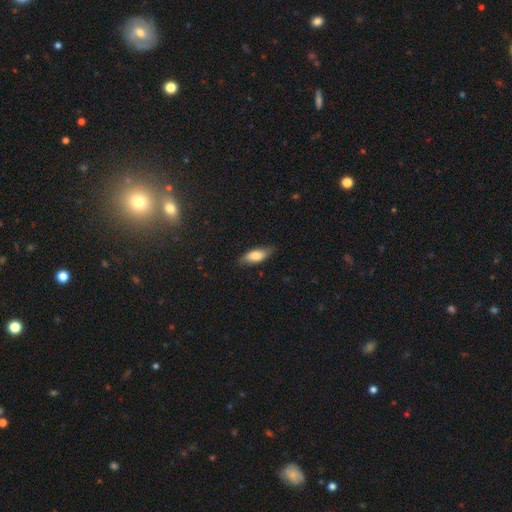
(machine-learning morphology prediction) smooth-or-featured: smooth: 75% | featured or disk: 18% | star or artifact: 6%
  how-rounded: in between: 76% | cigar-shaped: 21% | round: 3%
  merging: none: 76% | minor disturbance: 20% | major disturbance: 3% | merger: 1%